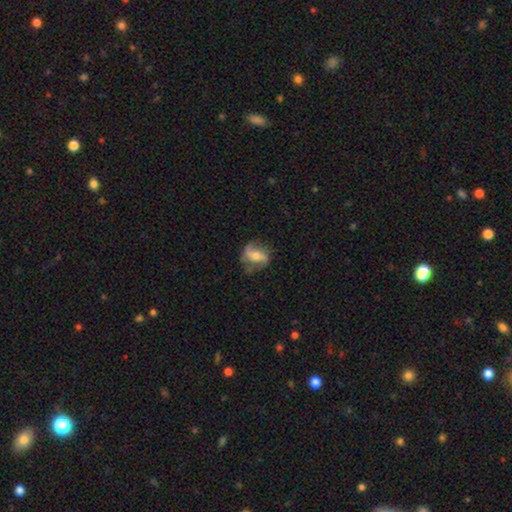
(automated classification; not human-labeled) The model was most divided on "bar": no: 42%, weak: 34%, strong: 24%. More confident: edge-on disk — no (95%); spiral arms — yes (87%); spiral arm count — 2 (84%); merging — none (67%); smooth or featured — featured or disk (66%); bulge size — moderate (61%); spiral winding — loose (59%).